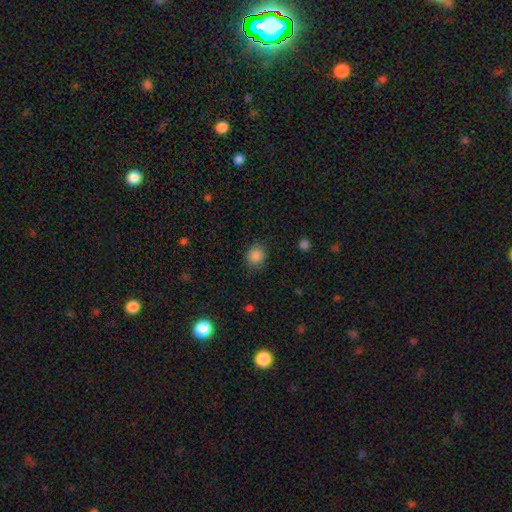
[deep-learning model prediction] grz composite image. It shows a smooth galaxy with no disk features (86%) that is round (73%). Merging: none (81%).